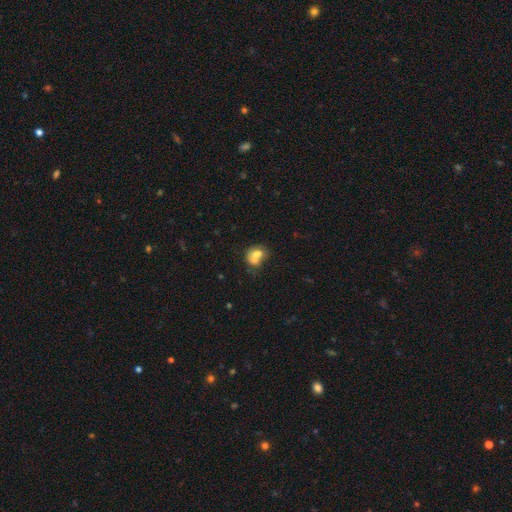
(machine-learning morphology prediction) type=smooth (66%); roundness=round (53%); merging=merger (66%).